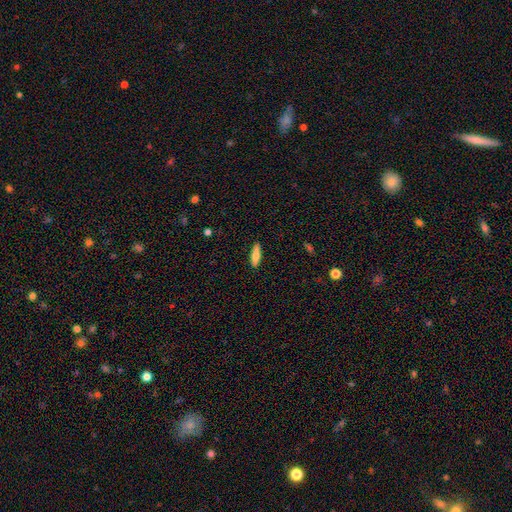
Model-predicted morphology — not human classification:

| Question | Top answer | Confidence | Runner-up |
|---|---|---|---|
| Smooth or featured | smooth | 76% | featured or disk (17%) |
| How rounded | cigar-shaped | 68% | in between (30%) |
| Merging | none | 90% | minor disturbance (7%) |